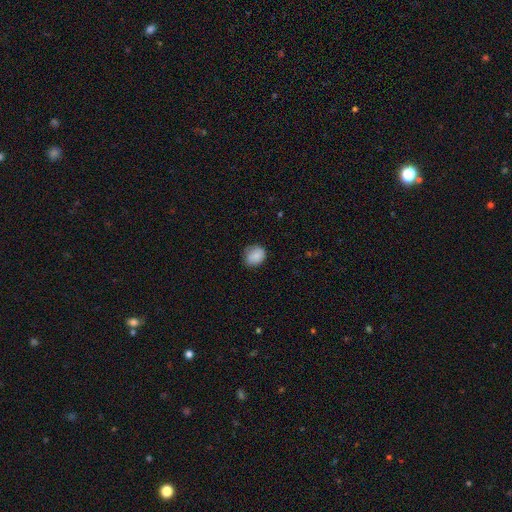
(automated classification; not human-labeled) Morphology: type=smooth (83%); roundness=round (58%); merging=none (67%).